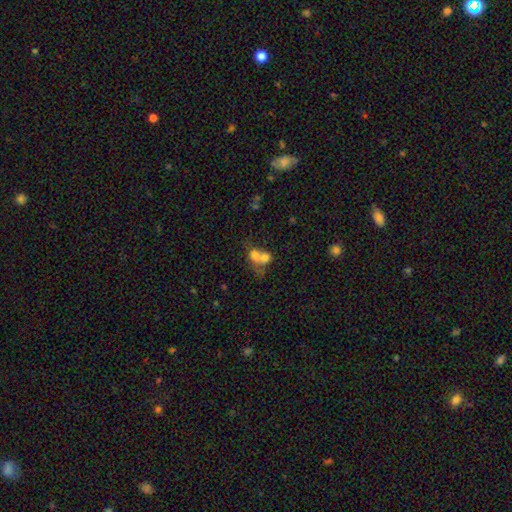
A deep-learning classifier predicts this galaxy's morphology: Smooth or featured? Predicted: smooth (p=0.65). How rounded? Predicted: round (p=0.52). Merging? Predicted: merger (p=0.72).